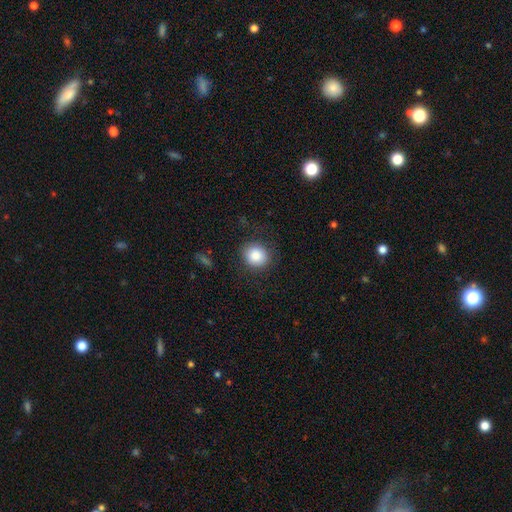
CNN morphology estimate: smooth_or_featured: smooth (p=0.85) [alt: star or artifact p=0.09]
how_rounded: round (p=0.80) [alt: in between p=0.19]
merging: none (p=0.84) [alt: minor disturbance p=0.10]